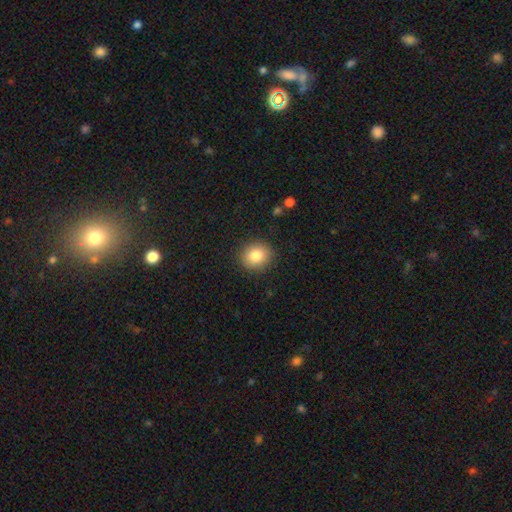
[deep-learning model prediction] Smooth or featured: smooth — 83% (star or artifact — 9%)
How rounded: round — 81% (in between — 18%)
Merging: none — 89% (minor disturbance — 7%)